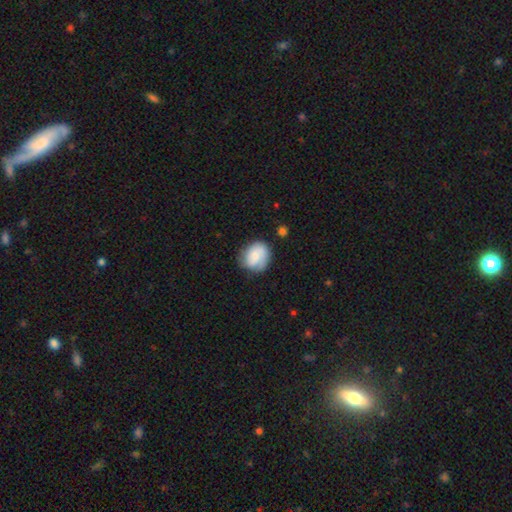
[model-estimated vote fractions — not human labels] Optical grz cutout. It shows a smooth galaxy with no disk features (63%) that is round (65%). Merging: none (68%).